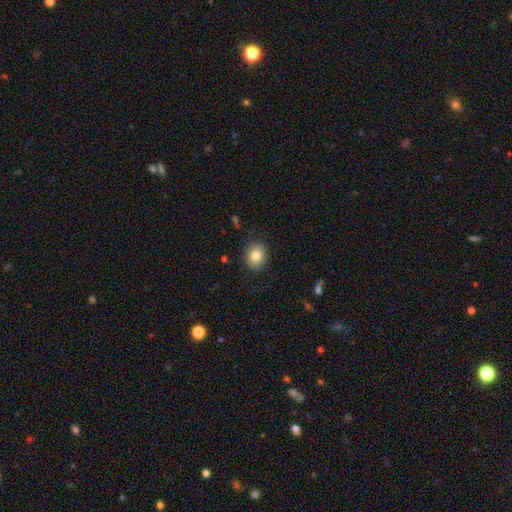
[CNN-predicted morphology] Smooth or featured: smooth — 81% (star or artifact — 10%)
How rounded: round — 71% (in between — 29%)
Merging: none — 89% (minor disturbance — 8%)